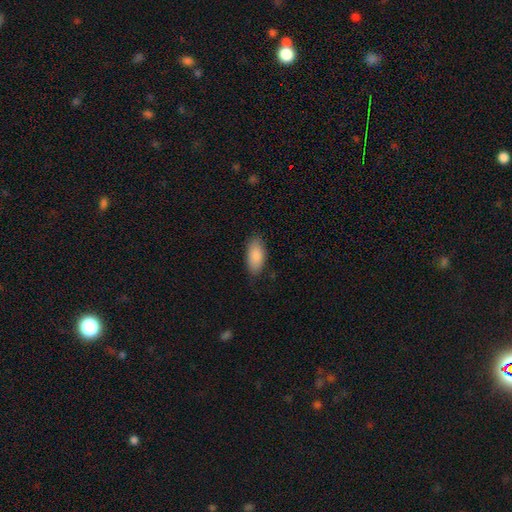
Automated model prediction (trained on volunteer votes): The model was most divided on "merging": none: 84%, minor disturbance: 13%, major disturbance: 3%, merger: 1%. More confident: how rounded — in between (90%); smooth or featured — smooth (87%).